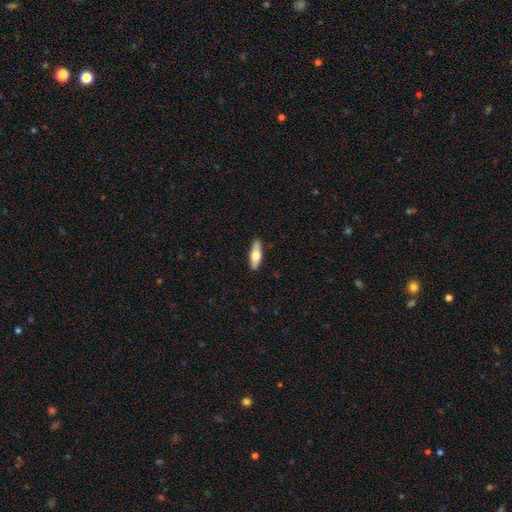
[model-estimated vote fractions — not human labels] Smooth or featured?
  - smooth: 62% *
  - featured or disk: 33%
  - star or artifact: 5%
How rounded?
  - in between: 53% *
  - cigar-shaped: 45%
  - round: 2%
Merging?
  - none: 88% *
  - minor disturbance: 9%
  - major disturbance: 2%
  - merger: 1%